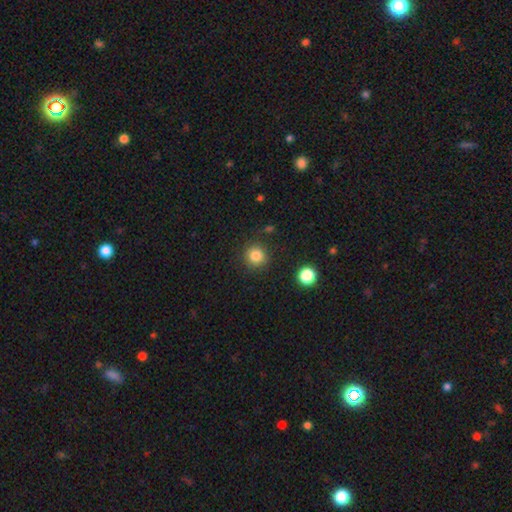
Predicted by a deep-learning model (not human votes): A smooth galaxy with no disk features (83%) that is round (93%).

Vote fractions:
- Smooth or featured? smooth: 83% / star or artifact: 12% / featured or disk: 5%
- How rounded? round: 93% / in between: 6% / cigar-shaped: 1%
- Merging? none: 87% / minor disturbance: 8% / major disturbance: 3% / merger: 2%